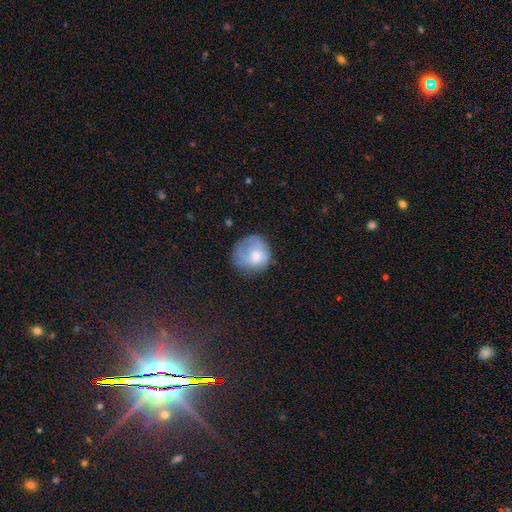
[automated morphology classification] Smooth or featured? Predicted: smooth (p=0.59). How rounded? Predicted: round (p=0.85). Merging? Predicted: none (p=0.61).